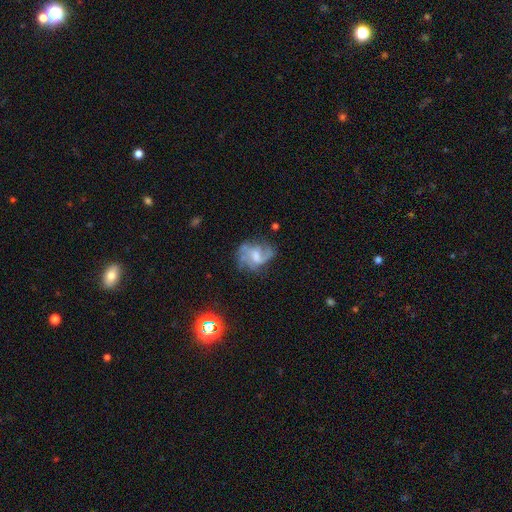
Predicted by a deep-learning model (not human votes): A featured or disk galaxy (72%) with a weak bar (49%), 2 (35%) medium (43%) spiral arms (85%) and a moderate central bulge (44%).

Vote fractions:
- Smooth or featured? featured or disk: 72% / smooth: 18% / star or artifact: 10%
- Edge-on disk? no: 97% / yes: 3%
- Bar? weak: 49% / no: 40% / strong: 11%
- Spiral arms? yes: 85% / no: 15%
- Spiral winding? medium: 43% / loose: 41% / tight: 16%
- Spiral arm count? 2: 35% / can't tell: 25% / 3: 22% / 1: 7% / 4: 7% / more than 4: 4%
- Bulge size? moderate: 44% / small: 29% / none: 18% / large: 7% / dominant: 1%
- Merging? none: 52% / minor disturbance: 22% / major disturbance: 22% / merger: 3%